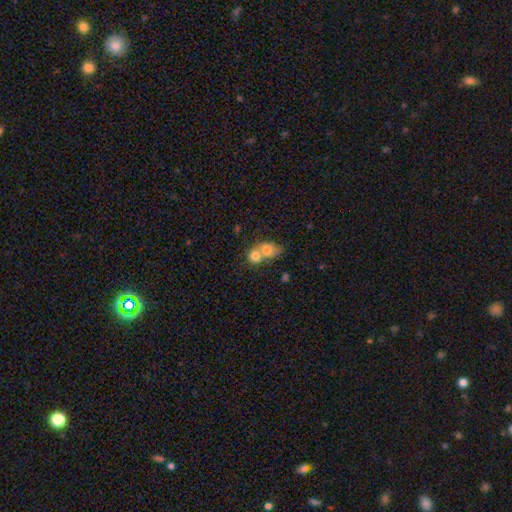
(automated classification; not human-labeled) Smooth or featured? Predicted: smooth (p=0.75). How rounded? Predicted: round (p=0.67). Merging? Predicted: merger (p=0.71).